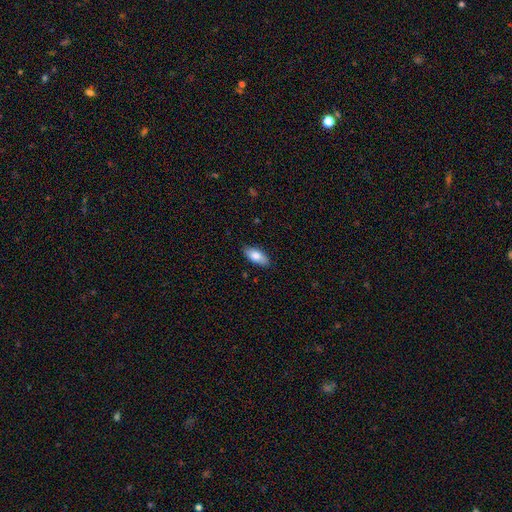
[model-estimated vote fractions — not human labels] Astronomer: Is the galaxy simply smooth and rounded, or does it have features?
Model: smooth — 82%.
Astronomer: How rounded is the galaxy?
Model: in between — 89%.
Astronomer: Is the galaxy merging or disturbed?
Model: none — 85%.